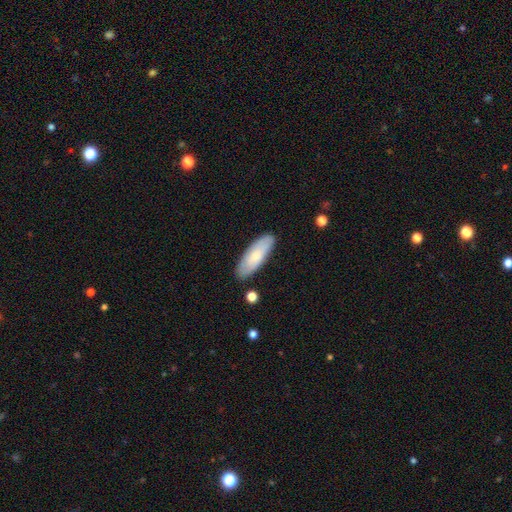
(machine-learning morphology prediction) This is likely a smooth galaxy (68%). How rounded: likely in between (67%). Merging: clearly none (85%).